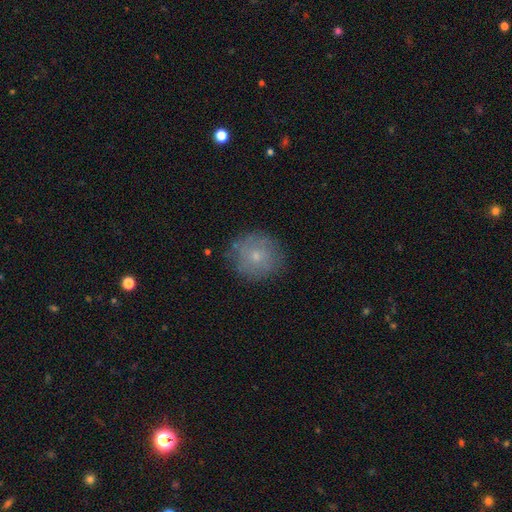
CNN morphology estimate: smooth_or_featured: smooth (p=0.62) [alt: featured or disk p=0.28]
how_rounded: round (p=0.90) [alt: in between p=0.09]
merging: none (p=0.79) [alt: minor disturbance p=0.15]